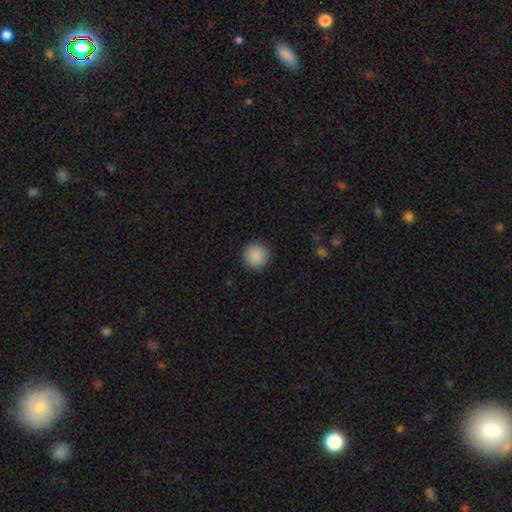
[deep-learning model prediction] A smooth galaxy with no disk features (89%) that is round (95%). Merging: none (92%).